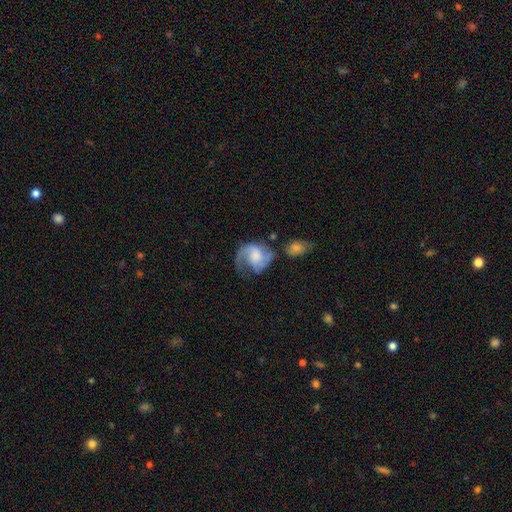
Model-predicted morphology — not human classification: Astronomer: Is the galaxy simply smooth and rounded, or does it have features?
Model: featured or disk — 73%.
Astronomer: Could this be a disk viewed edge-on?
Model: no — 98%.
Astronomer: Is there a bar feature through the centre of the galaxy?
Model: no — 59% (runner-up: weak, 35%).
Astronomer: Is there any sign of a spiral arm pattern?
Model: yes — 92%.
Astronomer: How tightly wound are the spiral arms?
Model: medium — 47% (runner-up: loose, 33%).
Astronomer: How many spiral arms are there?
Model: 2 — 69%.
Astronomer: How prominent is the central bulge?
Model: moderate — 32% (runner-up: large, 23%).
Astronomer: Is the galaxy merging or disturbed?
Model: none — 46% (runner-up: minor disturbance, 22%).